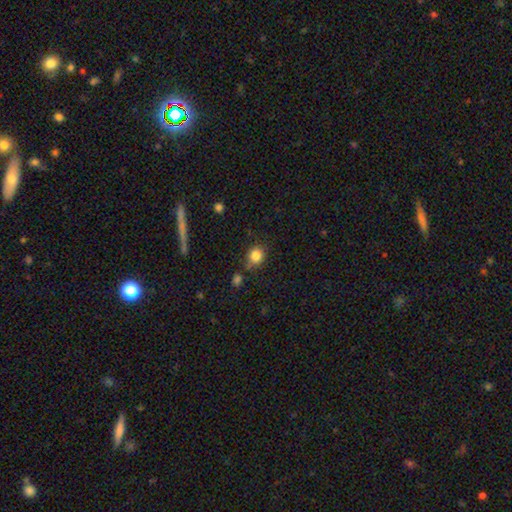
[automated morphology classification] Smooth or featured: smooth — 84% (star or artifact — 11%)
How rounded: round — 80% (in between — 19%)
Merging: none — 72% (minor disturbance — 17%)